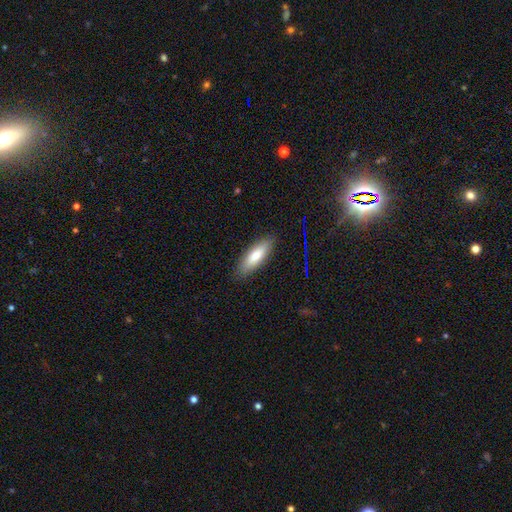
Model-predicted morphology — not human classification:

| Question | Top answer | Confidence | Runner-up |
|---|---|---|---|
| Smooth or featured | smooth | 76% | featured or disk (18%) |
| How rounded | in between | 55% | cigar-shaped (43%) |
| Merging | none | 87% | minor disturbance (10%) |